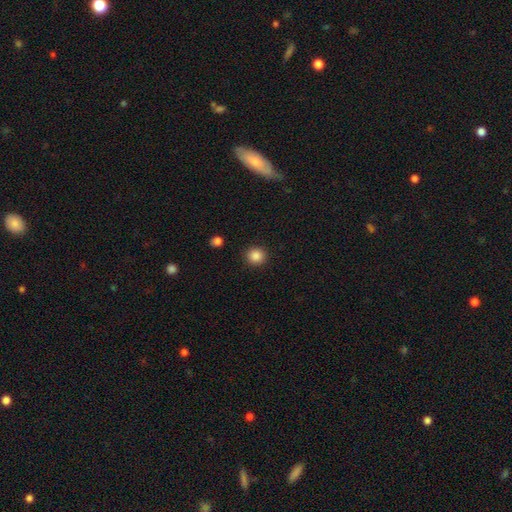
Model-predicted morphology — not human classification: This is clearly a smooth galaxy (86%). How rounded: clearly round (91%). Merging: clearly none (91%).